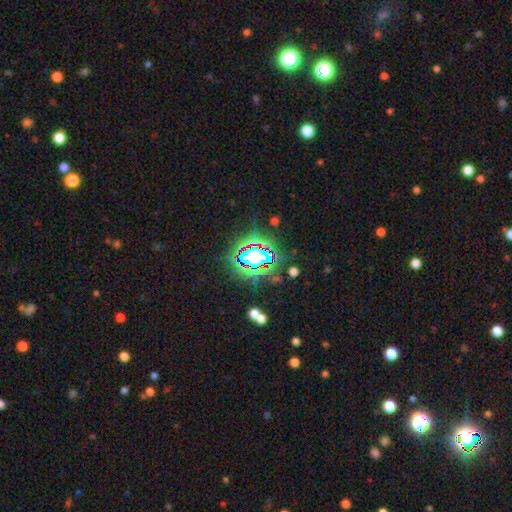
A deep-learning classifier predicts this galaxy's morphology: This is likely a star or artifact rather than a galaxy (69%).